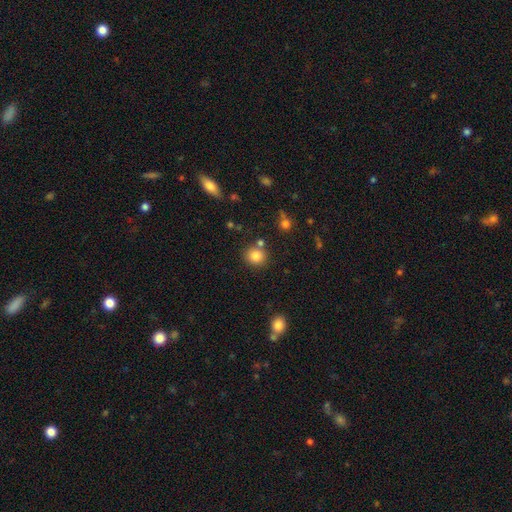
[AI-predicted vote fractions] Overall: smooth (83%). How rounded: round (84%). Merging: none (78%).